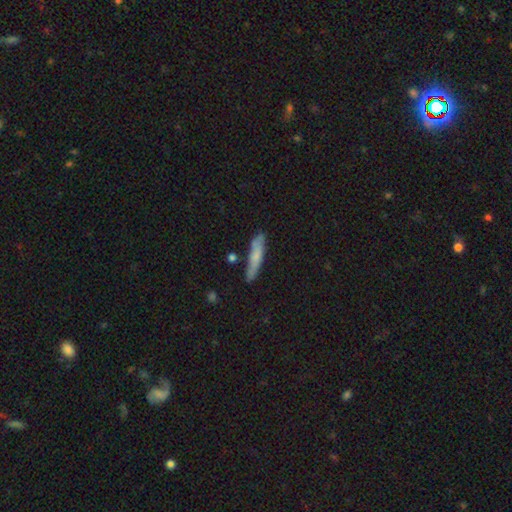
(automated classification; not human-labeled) smooth 68%, featured or disk 27%, star or artifact 6%. Down the decision tree: how rounded — cigar-shaped (86%); merging — none (76%).